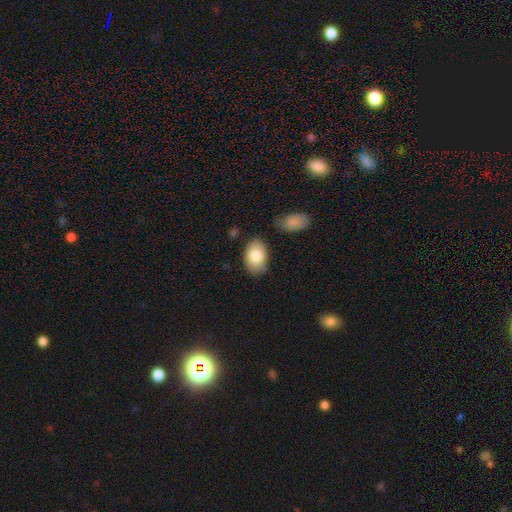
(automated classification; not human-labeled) This is clearly a smooth galaxy (83%). How rounded: clearly in between (90%). Merging: likely none (79%).